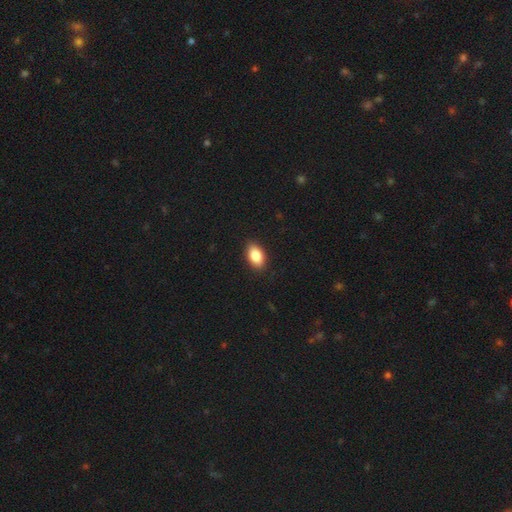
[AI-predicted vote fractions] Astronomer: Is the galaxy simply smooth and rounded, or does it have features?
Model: smooth — 87%.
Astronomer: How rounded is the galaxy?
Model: in between — 91%.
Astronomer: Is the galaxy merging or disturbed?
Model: none — 89%.